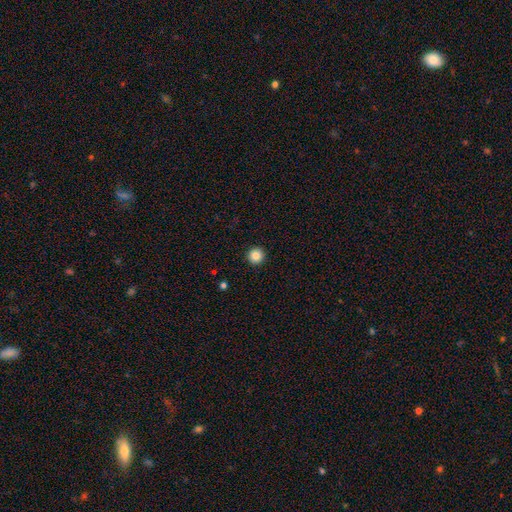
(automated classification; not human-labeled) smooth 85%, star or artifact 11%, featured or disk 5%. Down the decision tree: how rounded — round (96%); merging — none (94%).